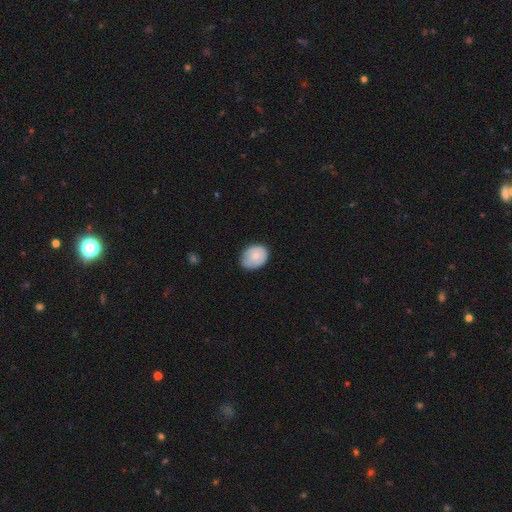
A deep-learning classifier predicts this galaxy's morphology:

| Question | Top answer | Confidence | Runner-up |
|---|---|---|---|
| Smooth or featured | smooth | 75% | featured or disk (18%) |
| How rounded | in between | 52% | round (48%) |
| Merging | none | 65% | minor disturbance (28%) |